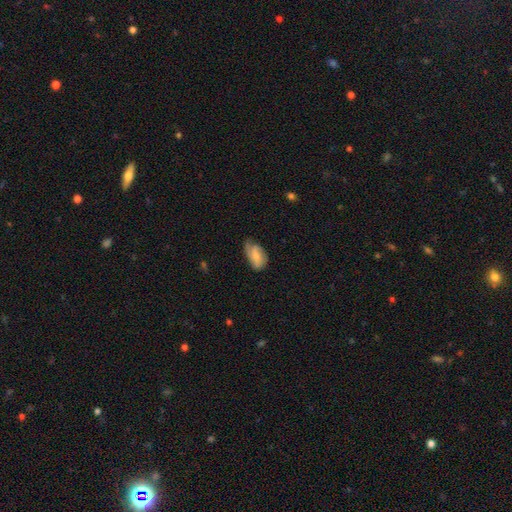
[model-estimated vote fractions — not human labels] smooth_or_featured: smooth (p=0.56) [alt: featured or disk p=0.37]
how_rounded: in between (p=0.91) [alt: round p=0.05]
merging: none (p=0.44) [alt: minor disturbance p=0.38]